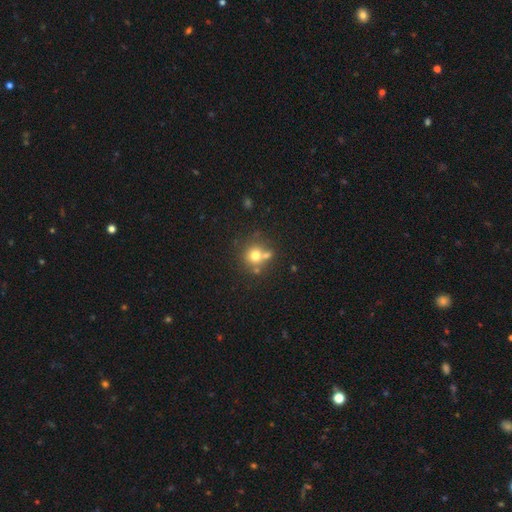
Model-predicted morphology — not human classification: Smooth or featured?
  - smooth: 71% *
  - featured or disk: 15%
  - star or artifact: 14%
How rounded?
  - round: 87% *
  - in between: 12%
  - cigar-shaped: 1%
Merging?
  - none: 54% *
  - merger: 31%
  - minor disturbance: 11%
  - major disturbance: 5%